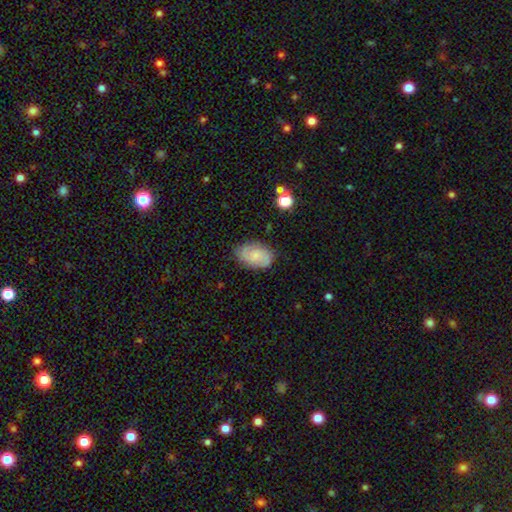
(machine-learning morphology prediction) The model was most divided on "smooth or featured": featured or disk: 51%, smooth: 41%, star or artifact: 8%. More confident: edge-on disk — no (96%); merging — none (78%).